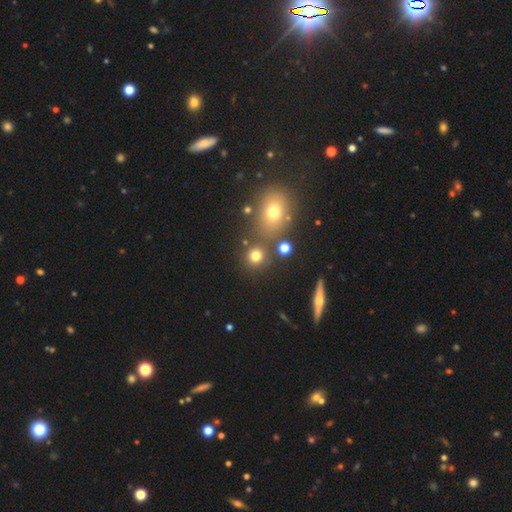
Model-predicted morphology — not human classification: The model was most divided on "smooth or featured": smooth: 74%, star or artifact: 18%, featured or disk: 8%. More confident: how rounded — round (87%); merging — none (76%).